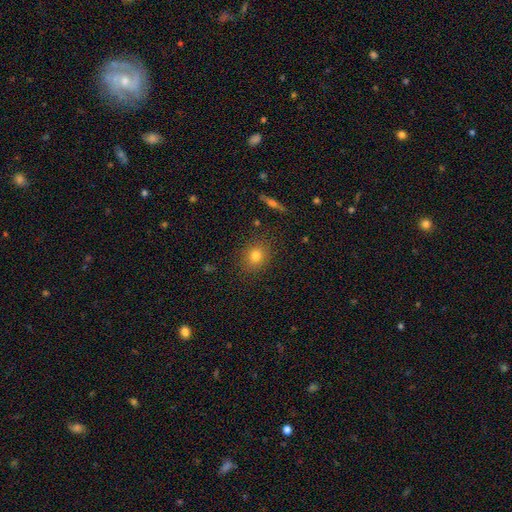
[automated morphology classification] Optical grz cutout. It shows a smooth galaxy with no disk features (78%) that is round (73%). Merging: none (86%).